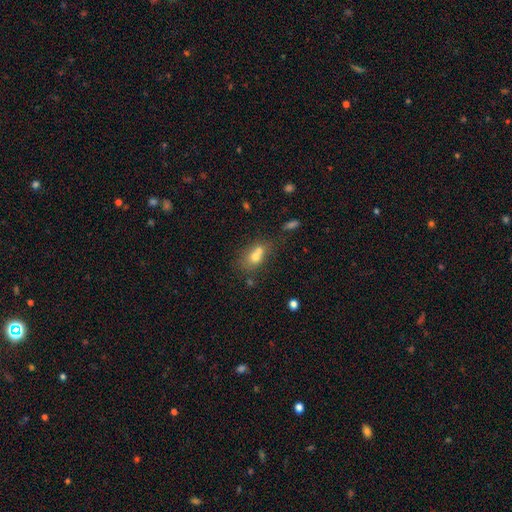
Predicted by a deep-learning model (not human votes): The model was most divided on "how rounded": in between: 52%, round: 46%, cigar-shaped: 3%. More confident: smooth or featured — smooth (64%); merging — merger (54%).